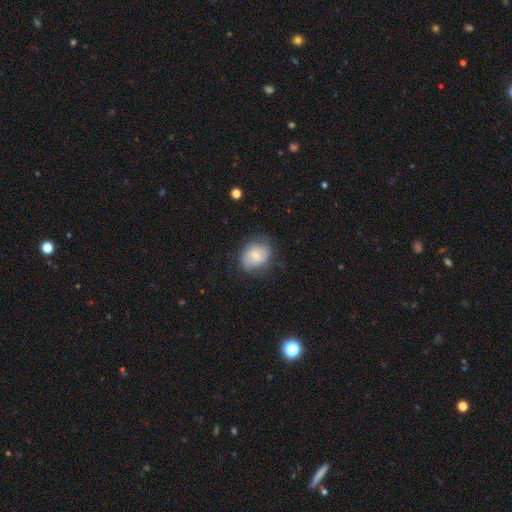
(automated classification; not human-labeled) Morphology: type=smooth (63%); roundness=round (55%); merging=none (66%).